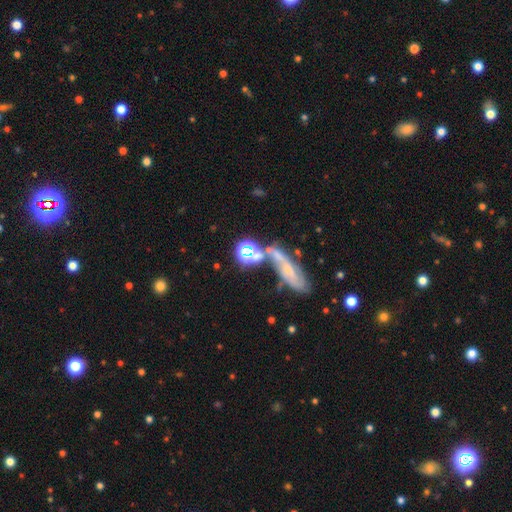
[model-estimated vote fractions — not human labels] This appears to be a smooth galaxy with no disk features (43%). Merging: merger (43%).